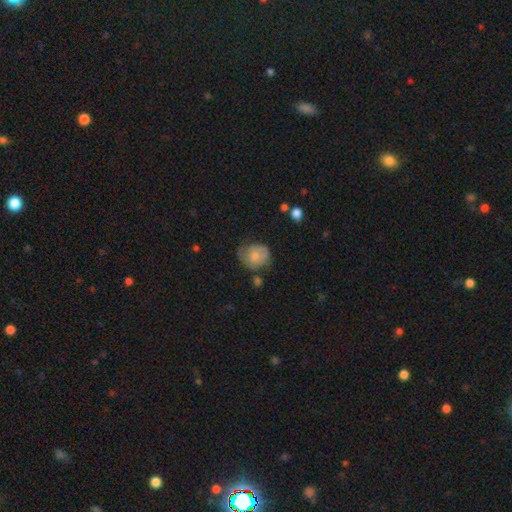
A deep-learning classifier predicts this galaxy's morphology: Smooth or featured? Predicted: smooth (p=0.69). How rounded? Predicted: round (p=0.68). Merging? Predicted: none (p=0.48).